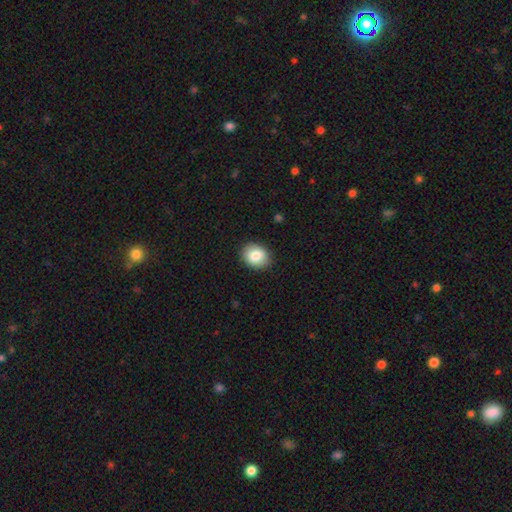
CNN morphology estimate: This appears to be a smooth galaxy with no disk features (83%) that is in between round and cigar-shaped (50%). Merging: none (88%).